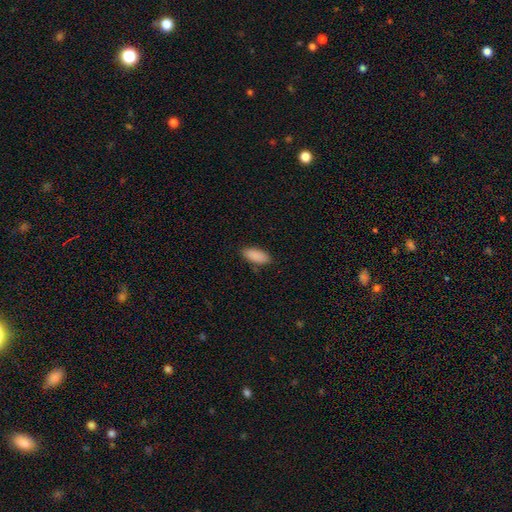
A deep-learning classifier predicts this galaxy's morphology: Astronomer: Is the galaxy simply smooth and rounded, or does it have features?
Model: smooth — 90%.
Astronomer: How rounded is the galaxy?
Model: in between — 83%.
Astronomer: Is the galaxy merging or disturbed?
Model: none — 85%.